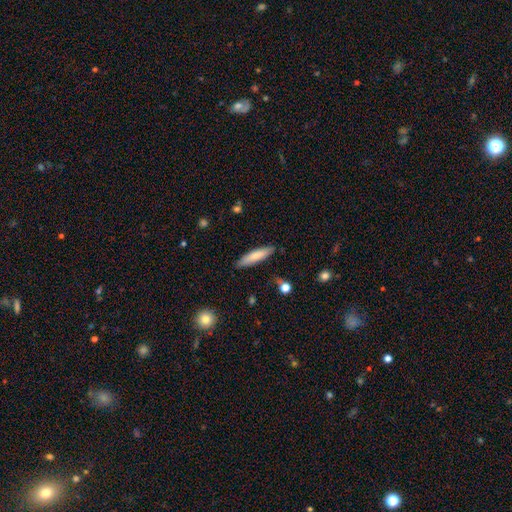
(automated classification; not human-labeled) Morphology: type=smooth (78%); roundness=cigar-shaped (78%); merging=none (86%).